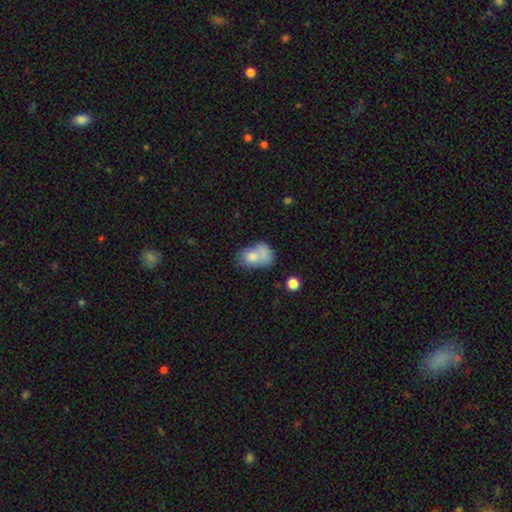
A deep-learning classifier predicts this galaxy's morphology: smooth 74%, featured or disk 18%, star or artifact 8%. Down the decision tree: how rounded — in between (75%); merging — merger (48%).